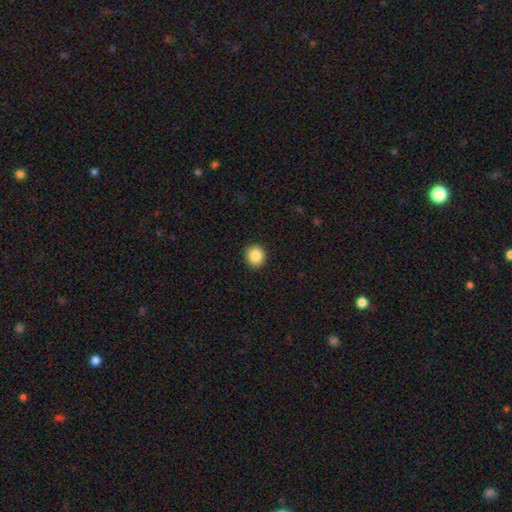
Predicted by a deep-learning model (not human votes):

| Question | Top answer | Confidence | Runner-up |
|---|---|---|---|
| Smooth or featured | smooth | 86% | star or artifact (9%) |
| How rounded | round | 91% | in between (9%) |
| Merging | none | 92% | minor disturbance (5%) |